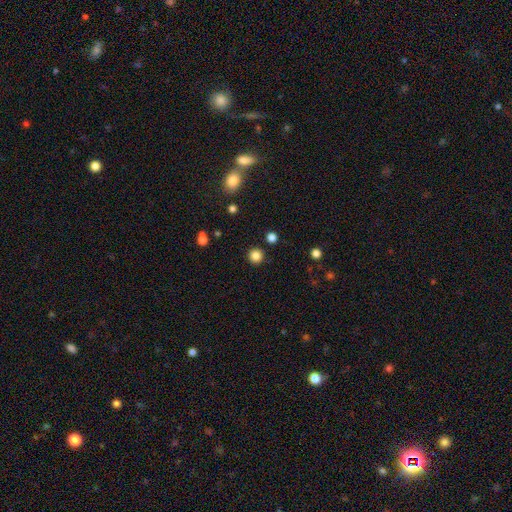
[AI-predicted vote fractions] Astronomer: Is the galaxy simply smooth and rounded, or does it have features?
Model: smooth — 84%.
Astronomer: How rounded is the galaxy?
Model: round — 96%.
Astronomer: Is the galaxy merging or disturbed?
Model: none — 91%.